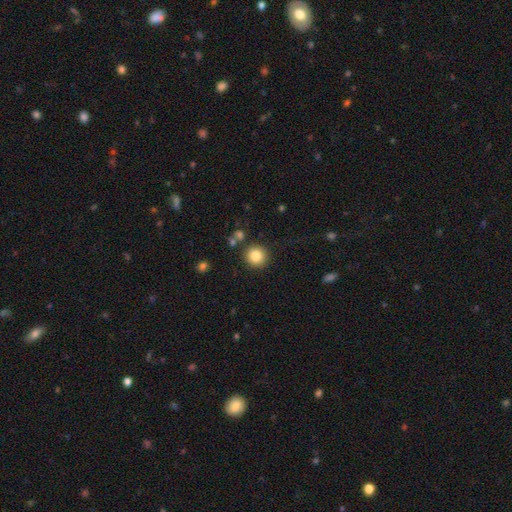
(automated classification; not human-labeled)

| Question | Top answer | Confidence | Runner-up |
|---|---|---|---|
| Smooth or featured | smooth | 84% | star or artifact (10%) |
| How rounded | round | 94% | in between (6%) |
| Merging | none | 86% | minor disturbance (7%) |